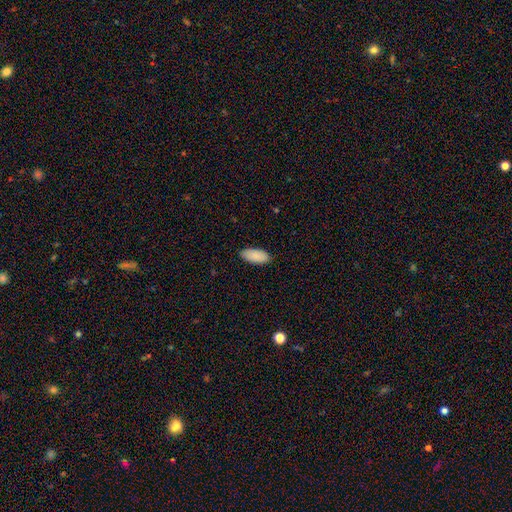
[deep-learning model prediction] The model was most divided on "merging": none: 86%, minor disturbance: 11%, major disturbance: 2%, merger: 1%. More confident: how rounded — in between (91%); smooth or featured — smooth (89%).